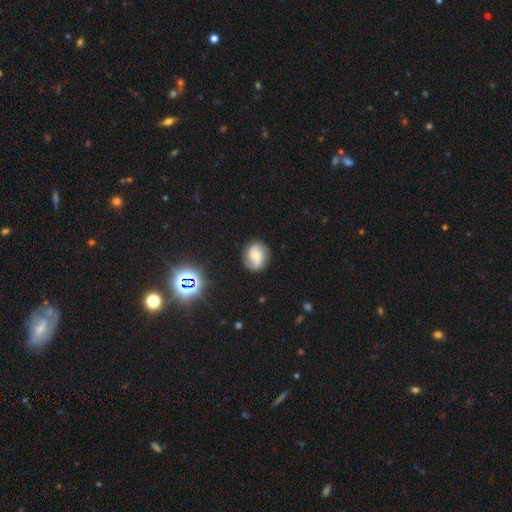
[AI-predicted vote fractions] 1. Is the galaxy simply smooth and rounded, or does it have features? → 60% featured or disk, 30% smooth, 10% star or artifact.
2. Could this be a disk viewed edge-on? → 97% no, 3% yes.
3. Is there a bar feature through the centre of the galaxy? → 60% no, 32% weak, 8% strong.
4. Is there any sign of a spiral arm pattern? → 92% yes, 8% no.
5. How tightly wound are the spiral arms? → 43% medium, 32% tight, 25% loose.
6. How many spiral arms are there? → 74% 2, 11% can't tell, 7% 3, 4% 1, 2% 4, 2% more than 4.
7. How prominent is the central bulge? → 50% small, 41% moderate, 4% none, 4% large, 1% dominant.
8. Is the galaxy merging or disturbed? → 81% none, 13% minor disturbance, 4% major disturbance, 1% merger.